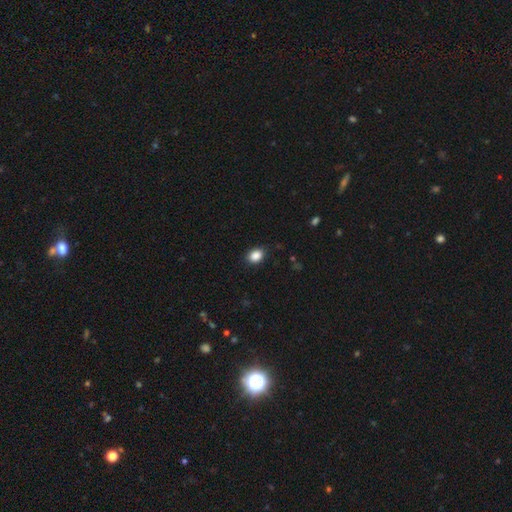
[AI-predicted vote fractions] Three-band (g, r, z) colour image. It shows a smooth galaxy with no disk features (88%) that is in between round and cigar-shaped (64%). Merging: none (87%).